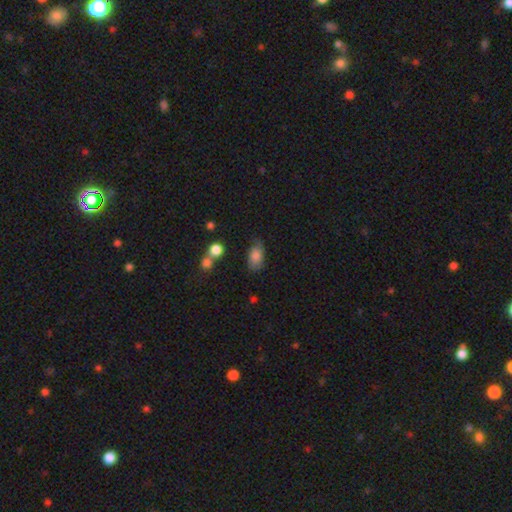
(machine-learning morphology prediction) smooth_or_featured: smooth (p=0.82) [alt: featured or disk p=0.10]
how_rounded: in between (p=0.90) [alt: round p=0.07]
merging: none (p=0.61) [alt: minor disturbance p=0.27]